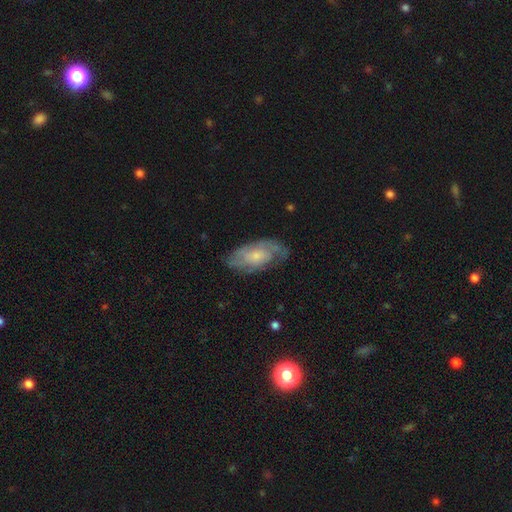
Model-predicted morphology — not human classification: A featured or disk galaxy (65%) with no bar (77%), spiral arms (83%) and a small central bulge (56%). Merging: none (67%).